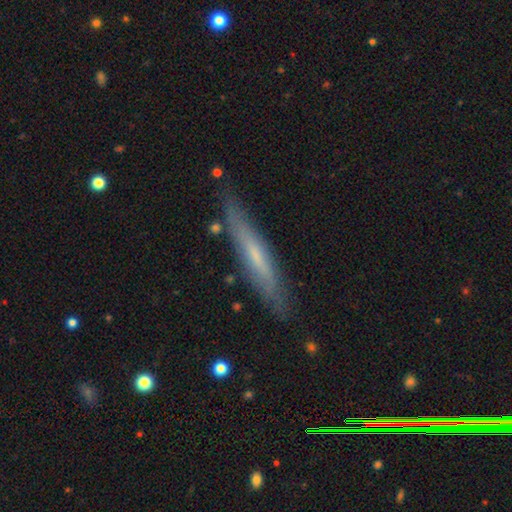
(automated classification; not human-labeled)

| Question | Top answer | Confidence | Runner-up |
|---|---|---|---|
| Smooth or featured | featured or disk | 50% | smooth (43%) |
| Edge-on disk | yes | 84% | no (16%) |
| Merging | none | 82% | minor disturbance (13%) |